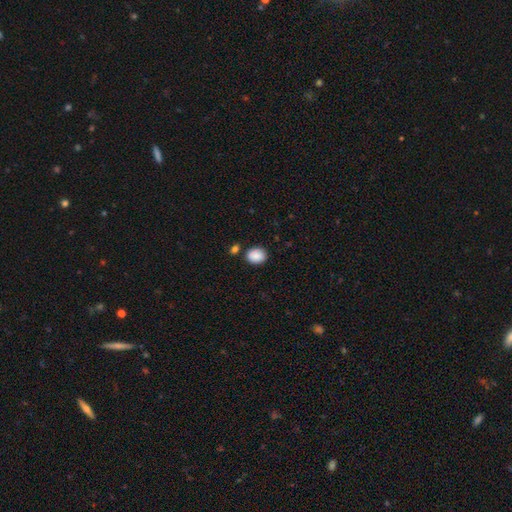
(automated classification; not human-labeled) Smooth or featured?
  - smooth: 88% *
  - star or artifact: 8%
  - featured or disk: 4%
How rounded?
  - in between: 54% *
  - round: 46%
  - cigar-shaped: 1%
Merging?
  - none: 78% *
  - minor disturbance: 12%
  - merger: 7%
  - major disturbance: 3%